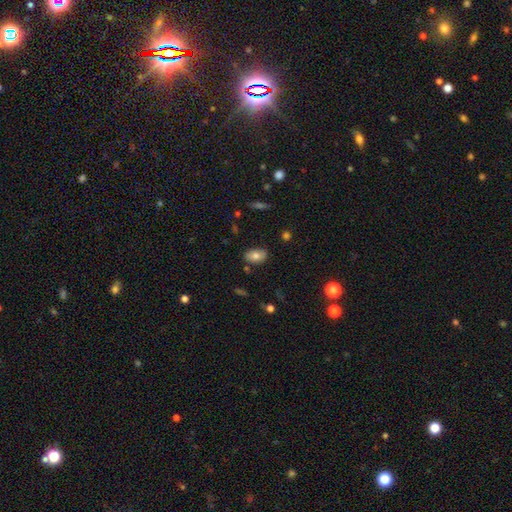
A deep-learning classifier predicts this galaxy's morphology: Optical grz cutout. It shows a smooth galaxy with no disk features (76%) that is in between round and cigar-shaped (90%). Merging: none (82%).